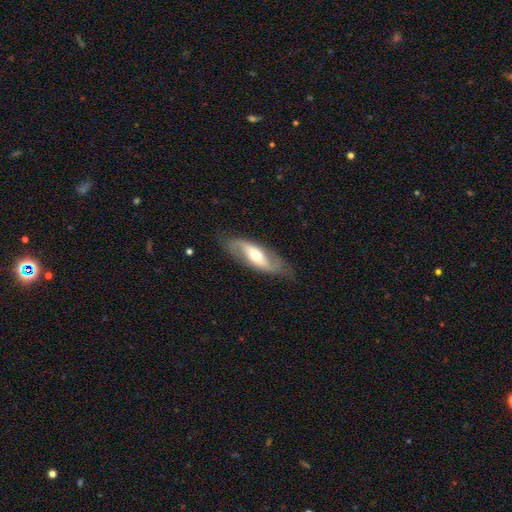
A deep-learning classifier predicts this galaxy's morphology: Smooth or featured: featured or disk — 69% (smooth — 26%)
Edge-on disk: no — 84% (yes — 16%)
Bar: no — 45% (weak — 29%)
Spiral arms: yes — 81% (no — 19%)
Bulge size: moderate — 63% (small — 27%)
Merging: none — 74% (minor disturbance — 18%)